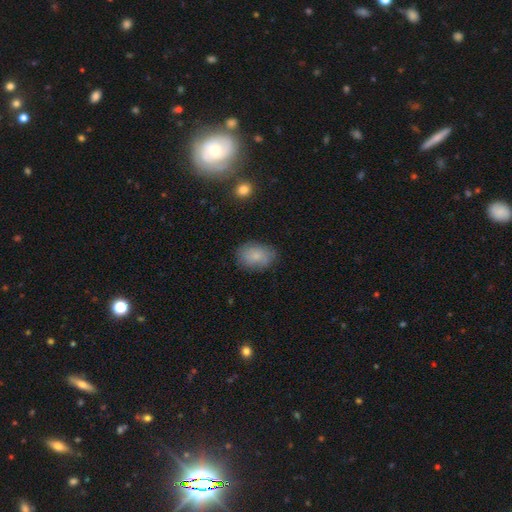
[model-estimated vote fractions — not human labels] Q: Smooth or featured?
A: smooth (79%); runner-up: featured or disk (13%)
Q: How rounded?
A: in between (84%); runner-up: round (15%)
Q: Merging?
A: none (76%); runner-up: minor disturbance (18%)